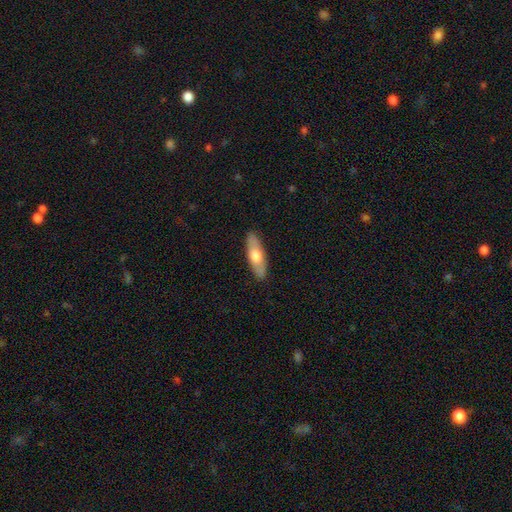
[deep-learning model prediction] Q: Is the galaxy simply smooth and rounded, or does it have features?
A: smooth — 59%.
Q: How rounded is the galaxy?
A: in between — 55%.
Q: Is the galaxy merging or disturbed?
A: none — 88%.